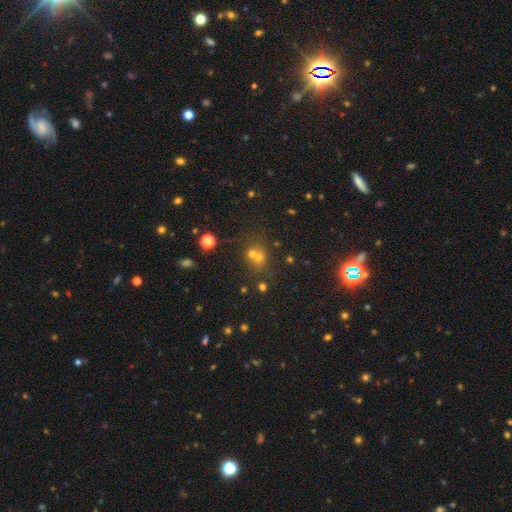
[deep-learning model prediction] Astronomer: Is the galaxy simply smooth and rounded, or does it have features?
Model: smooth — 60%.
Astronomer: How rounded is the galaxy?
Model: round — 75%.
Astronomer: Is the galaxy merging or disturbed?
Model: merger — 48% (runner-up: none, 40%).